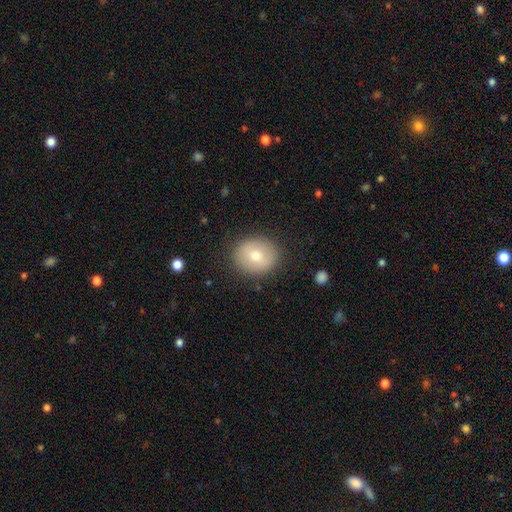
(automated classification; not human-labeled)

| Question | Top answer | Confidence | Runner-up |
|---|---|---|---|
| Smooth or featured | smooth | 70% | featured or disk (22%) |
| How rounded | round | 70% | in between (29%) |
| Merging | none | 86% | minor disturbance (10%) |